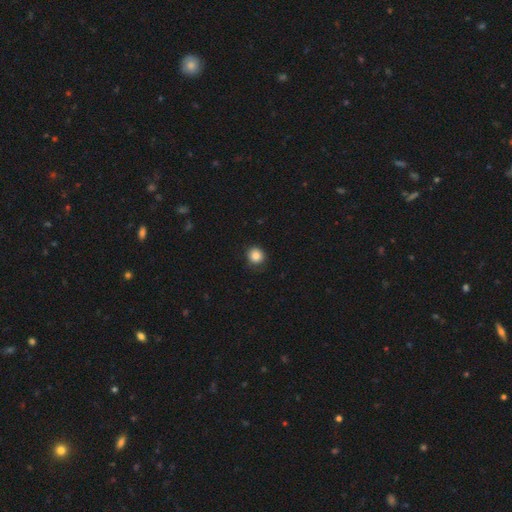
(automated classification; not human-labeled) Q: Smooth or featured?
A: smooth (85%); runner-up: star or artifact (10%)
Q: How rounded?
A: round (91%); runner-up: in between (8%)
Q: Merging?
A: none (83%); runner-up: minor disturbance (13%)